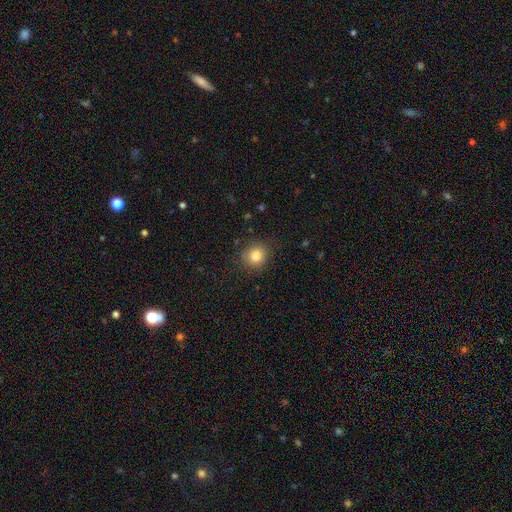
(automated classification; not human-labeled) Overall: smooth (84%). How rounded: round (83%). Merging: none (82%).